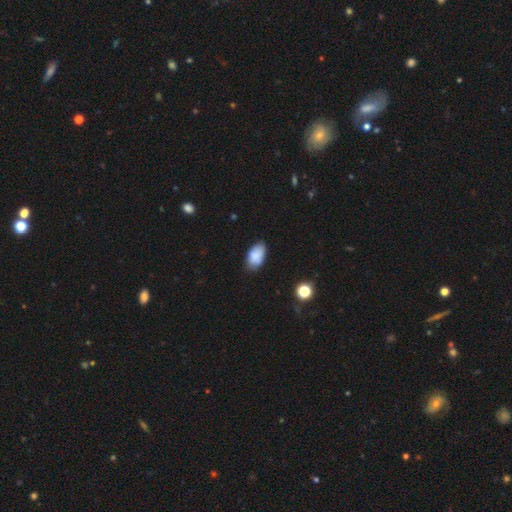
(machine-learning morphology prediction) Overall: smooth (85%). How rounded: in between (94%). Merging: none (76%).